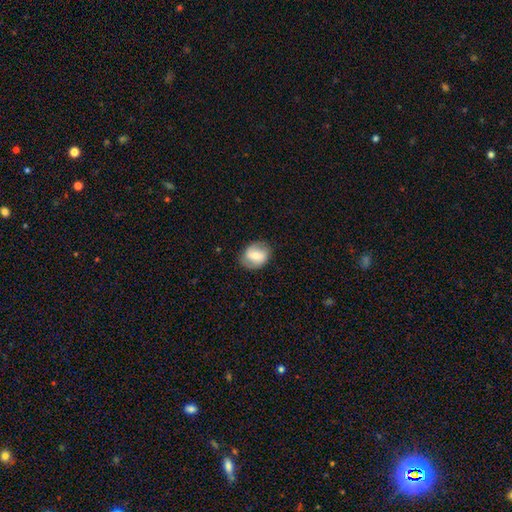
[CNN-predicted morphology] A smooth galaxy with no disk features (53%) that is in between round and cigar-shaped (53%).

Vote fractions:
- Smooth or featured? smooth: 53% / featured or disk: 39% / star or artifact: 8%
- How rounded? in between: 53% / round: 46% / cigar-shaped: 1%
- Merging? none: 79% / minor disturbance: 15% / major disturbance: 5% / merger: 1%